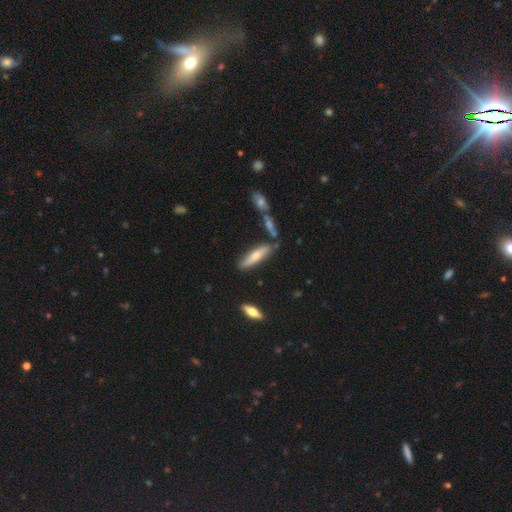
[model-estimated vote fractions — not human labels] Overall: smooth (58%; featured or disk 35%). How rounded: cigar-shaped (73%). Merging: none (75%).